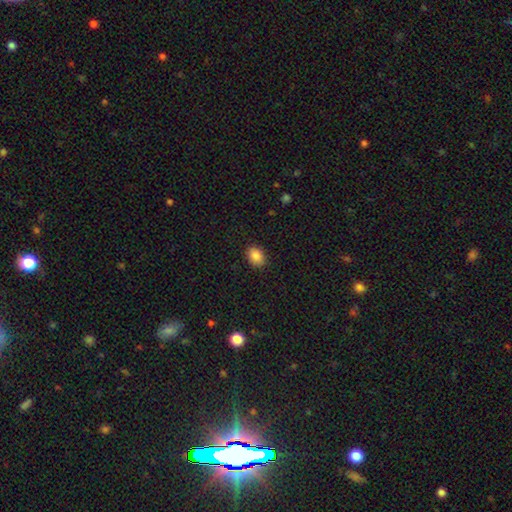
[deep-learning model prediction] A smooth galaxy with no disk features (86%) that is in between round and cigar-shaped (69%). Merging: none (89%).